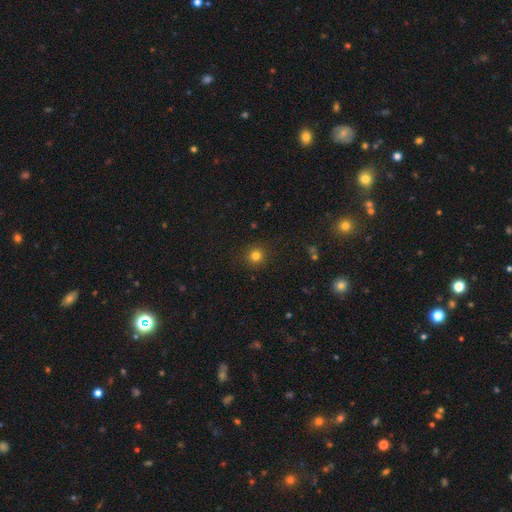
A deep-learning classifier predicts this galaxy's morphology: Smooth or featured? Predicted: smooth (p=0.79). How rounded? Predicted: round (p=0.92). Merging? Predicted: none (p=0.90).